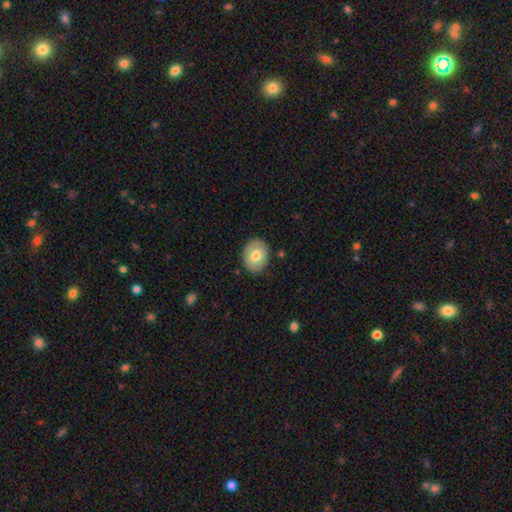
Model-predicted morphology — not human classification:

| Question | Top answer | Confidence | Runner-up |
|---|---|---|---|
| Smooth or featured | smooth | 66% | featured or disk (27%) |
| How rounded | in between | 65% | round (34%) |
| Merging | none | 85% | minor disturbance (11%) |